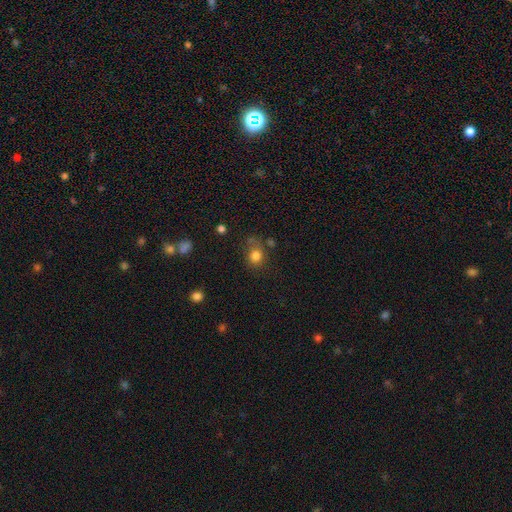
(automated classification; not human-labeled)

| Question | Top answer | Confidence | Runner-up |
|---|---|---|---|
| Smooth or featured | smooth | 81% | star or artifact (13%) |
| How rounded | round | 74% | in between (25%) |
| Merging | none | 66% | minor disturbance (18%) |